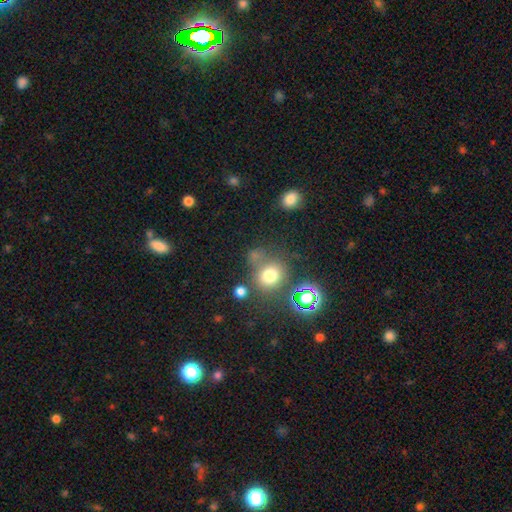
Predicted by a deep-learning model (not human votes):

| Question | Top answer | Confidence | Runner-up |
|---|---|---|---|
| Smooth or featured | smooth | 66% | star or artifact (25%) |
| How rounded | round | 76% | in between (23%) |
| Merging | none | 66% | merger (14%) |